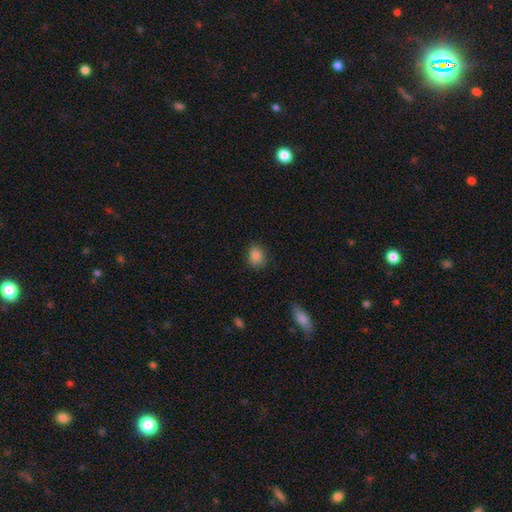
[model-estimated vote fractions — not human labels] Smooth or featured? smooth (86%)
How rounded? round (62%)
Merging? none (84%)